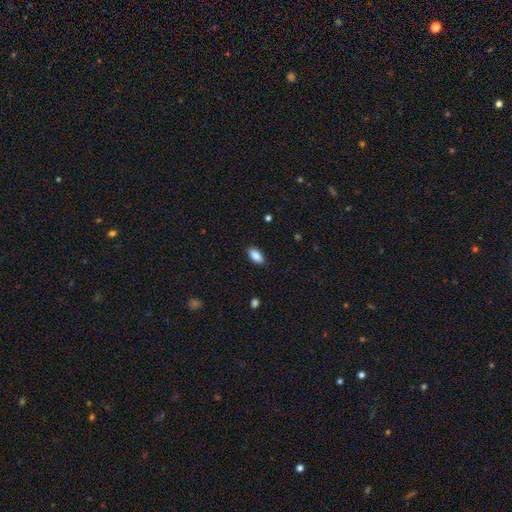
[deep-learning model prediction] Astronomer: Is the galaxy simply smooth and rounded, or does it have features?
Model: smooth — 87%.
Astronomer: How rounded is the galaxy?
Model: in between — 90%.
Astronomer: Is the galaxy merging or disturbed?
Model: none — 87%.